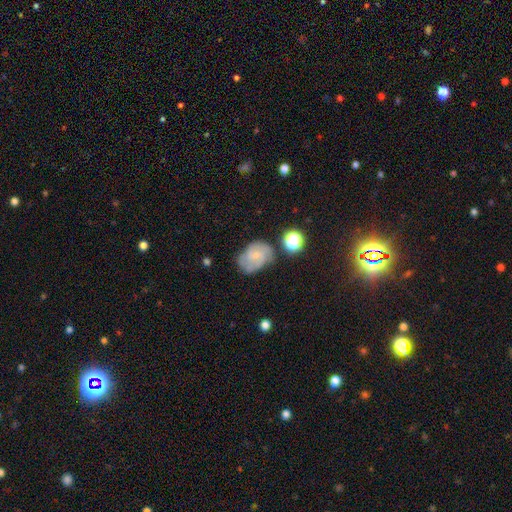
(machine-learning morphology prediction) Smooth or featured?
  - featured or disk: 58% *
  - smooth: 31%
  - star or artifact: 10%
Edge-on disk?
  - no: 97% *
  - yes: 3%
Bar?
  - no: 56% *
  - weak: 38%
  - strong: 6%
Spiral arms?
  - yes: 85% *
  - no: 15%
Bulge size?
  - small: 65% *
  - moderate: 19%
  - none: 14%
  - large: 1%
  - dominant: 1%
Merging?
  - none: 55% *
  - minor disturbance: 28%
  - major disturbance: 12%
  - merger: 6%